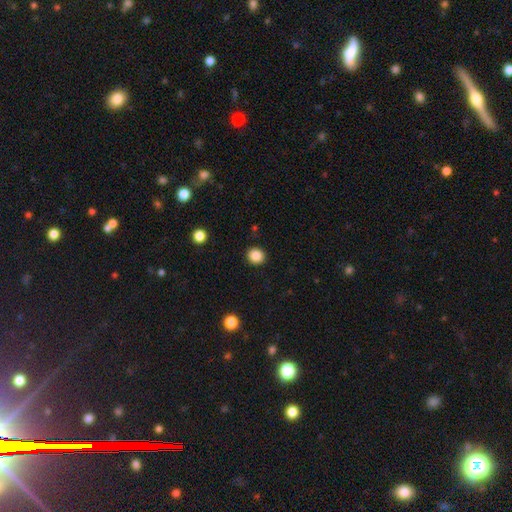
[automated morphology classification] type=smooth (86%); roundness=round (88%); merging=none (92%).